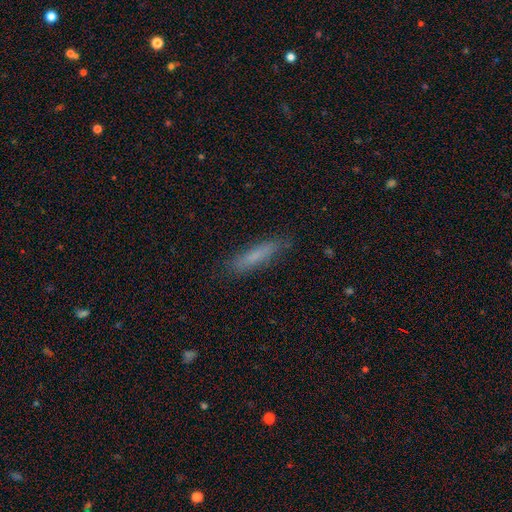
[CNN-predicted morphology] smooth 73%, featured or disk 18%, star or artifact 8%. Down the decision tree: how rounded — cigar-shaped (83%); merging — none (82%).